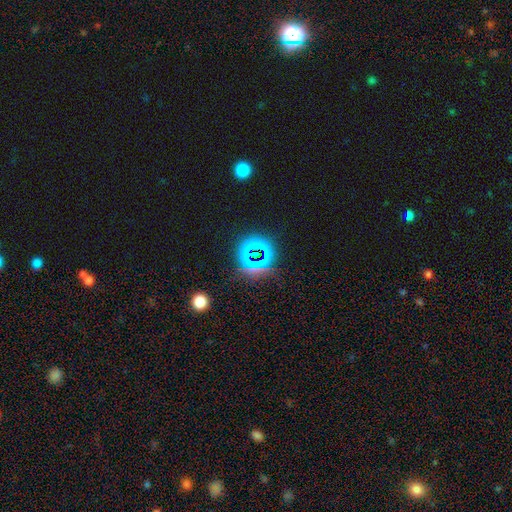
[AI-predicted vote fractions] A star or artifact, not a galaxy (73%).

Vote fractions:
- Smooth or featured? star or artifact: 73% / smooth: 19% / featured or disk: 9%